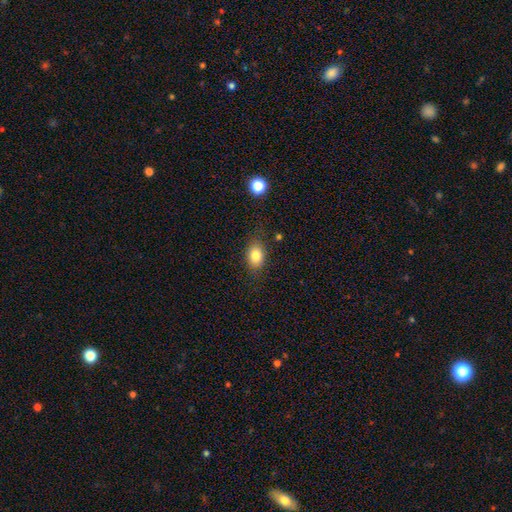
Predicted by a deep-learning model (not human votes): Smooth or featured?
  - smooth: 81% *
  - star or artifact: 9%
  - featured or disk: 9%
How rounded?
  - in between: 76% *
  - round: 22%
  - cigar-shaped: 2%
Merging?
  - none: 81% *
  - minor disturbance: 14%
  - major disturbance: 4%
  - merger: 2%